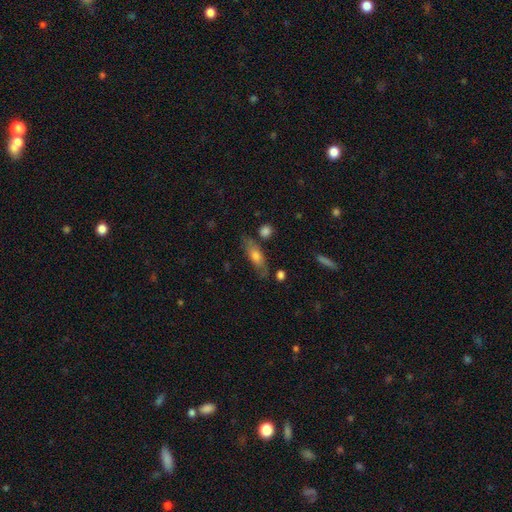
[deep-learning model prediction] Smooth or featured? Predicted: smooth (p=0.61). How rounded? Predicted: in between (p=0.61). Merging? Predicted: none (p=0.66).